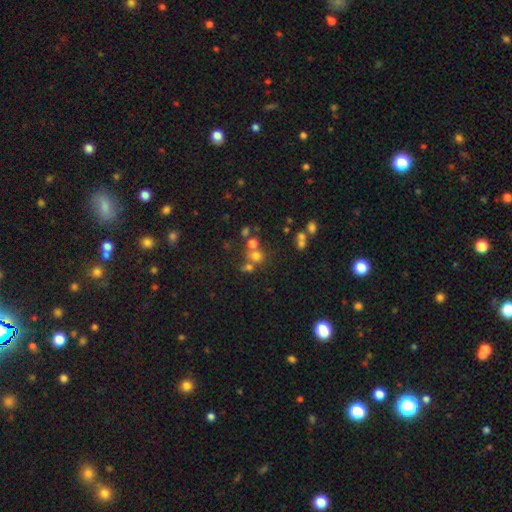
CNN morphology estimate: A smooth galaxy with no disk features (62%) that is round (82%). Merging: none (47%).